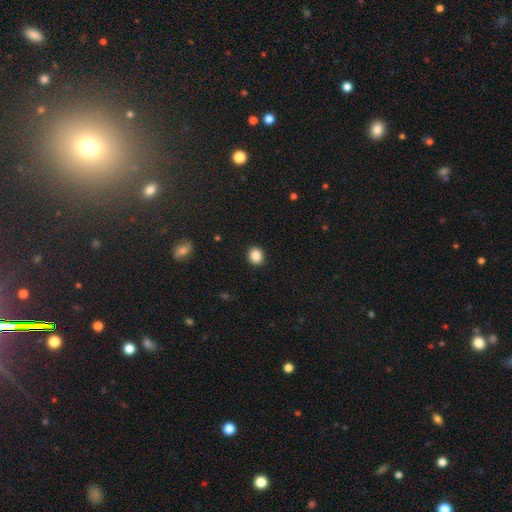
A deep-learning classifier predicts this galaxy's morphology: This is clearly a smooth galaxy (87%). How rounded: likely round (77%). Merging: clearly none (91%).